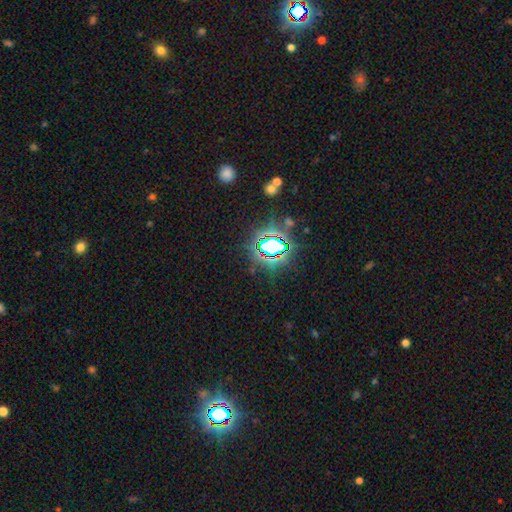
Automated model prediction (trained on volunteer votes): Smooth or featured?
  - star or artifact: 82% *
  - smooth: 11%
  - featured or disk: 7%